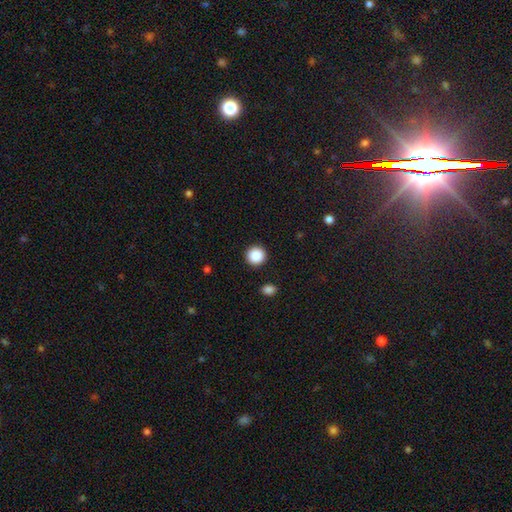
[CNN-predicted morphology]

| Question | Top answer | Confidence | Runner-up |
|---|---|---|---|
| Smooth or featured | smooth | 88% | star or artifact (9%) |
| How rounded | round | 95% | in between (4%) |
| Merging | none | 92% | minor disturbance (5%) |